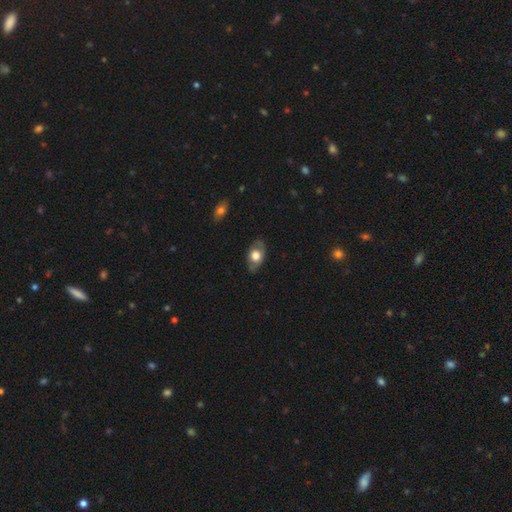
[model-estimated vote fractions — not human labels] A smooth galaxy with no disk features (56%) that is in between round and cigar-shaped (85%). Merging: none (77%).